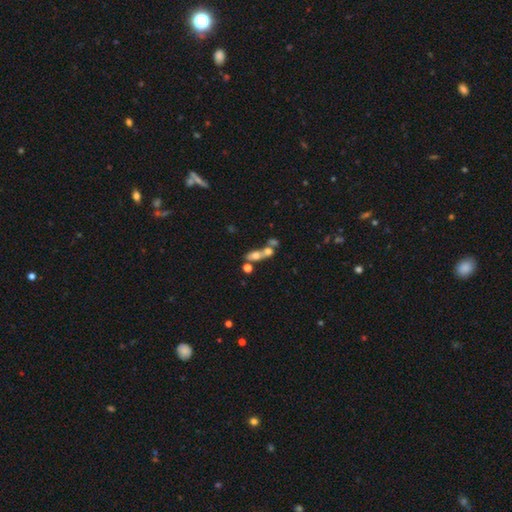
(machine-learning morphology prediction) smooth-or-featured: smooth: 54% | featured or disk: 32% | star or artifact: 14%
  how-rounded: in between: 57% | round: 26% | cigar-shaped: 17%
  merging: merger: 60% | none: 24% | minor disturbance: 8% | major disturbance: 7%